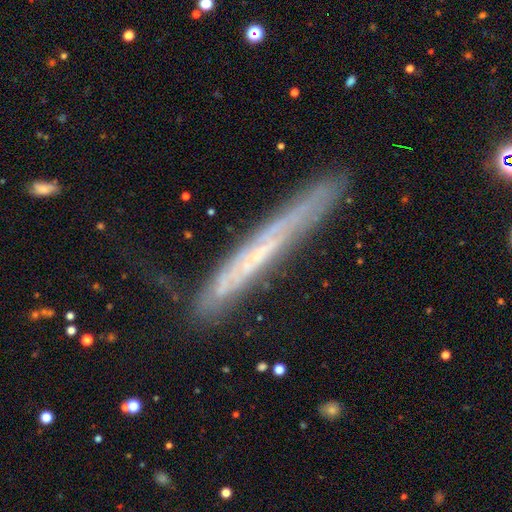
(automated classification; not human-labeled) A featured or disk galaxy (57%) viewed edge-on (89%) with no central bulge (87%). Merging: none (73%).